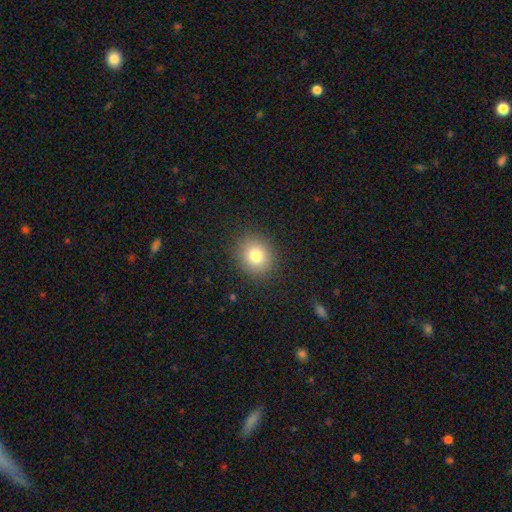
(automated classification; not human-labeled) Smooth or featured: smooth — 80% (star or artifact — 11%)
How rounded: round — 74% (in between — 25%)
Merging: none — 88% (minor disturbance — 8%)